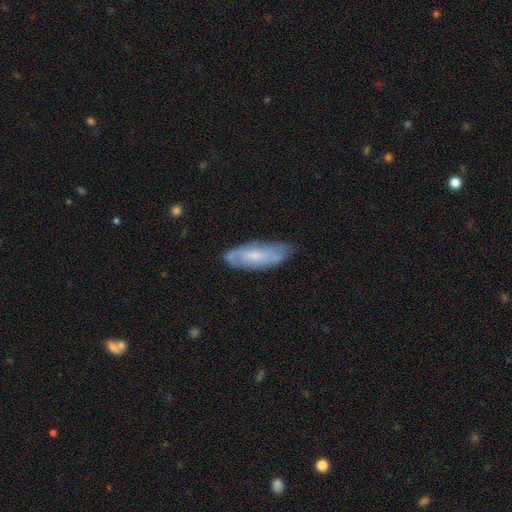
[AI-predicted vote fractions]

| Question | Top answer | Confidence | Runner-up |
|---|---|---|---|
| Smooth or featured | featured or disk | 49% | smooth (44%) |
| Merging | none | 72% | minor disturbance (22%) |